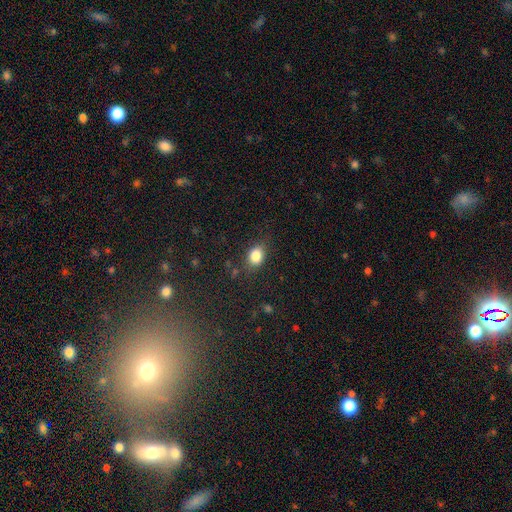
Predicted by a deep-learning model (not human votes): smooth 83%, star or artifact 10%, featured or disk 7%. Down the decision tree: how rounded — in between (64%); merging — none (76%).